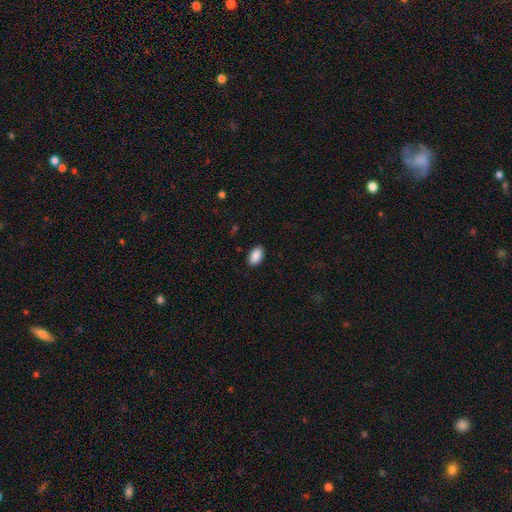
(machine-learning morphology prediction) A smooth galaxy with no disk features (90%) that is in between round and cigar-shaped (94%). Merging: none (88%).